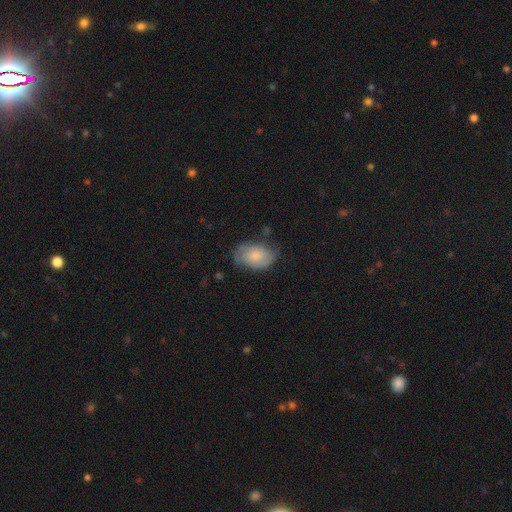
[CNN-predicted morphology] The model was most divided on "merging": none: 58%, minor disturbance: 30%, major disturbance: 9%, merger: 2%. More confident: how rounded — in between (85%); smooth or featured — smooth (61%).